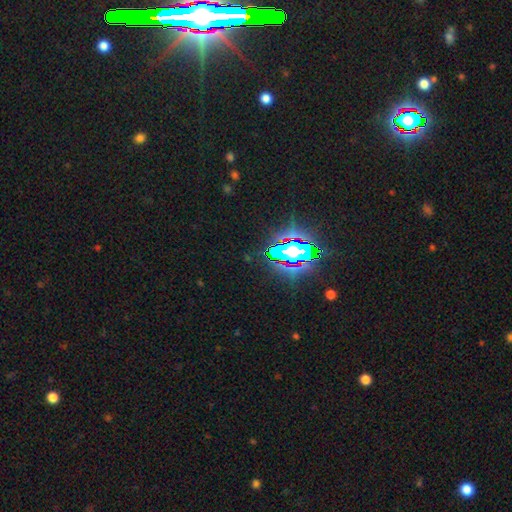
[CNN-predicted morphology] star or artifact 82%, smooth 10%, featured or disk 8%.